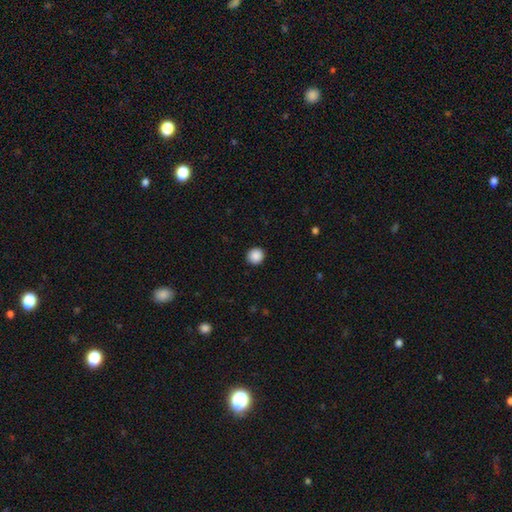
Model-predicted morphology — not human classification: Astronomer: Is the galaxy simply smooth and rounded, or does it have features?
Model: smooth — 89%.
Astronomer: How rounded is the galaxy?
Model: round — 93%.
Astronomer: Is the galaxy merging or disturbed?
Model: none — 93%.